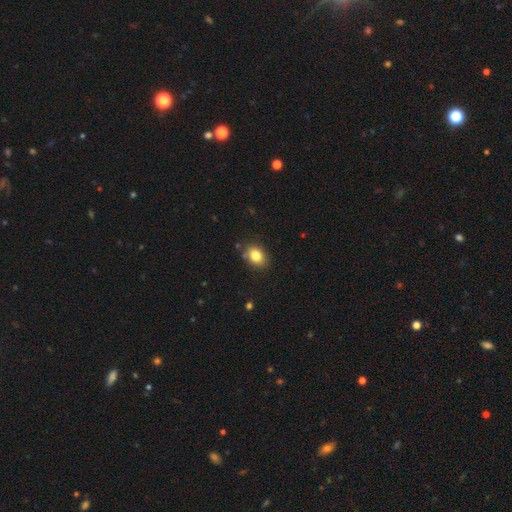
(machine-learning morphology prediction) This is clearly a smooth galaxy (82%). How rounded: likely in between (69%). Merging: clearly none (81%).